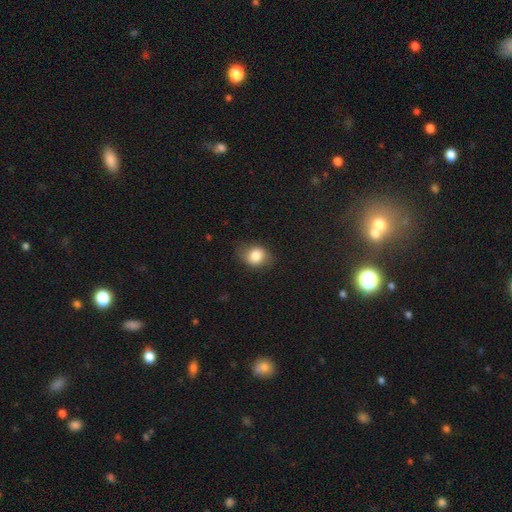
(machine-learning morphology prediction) A smooth galaxy with no disk features (80%) that is in between round and cigar-shaped (52%).

Vote fractions:
- Smooth or featured? smooth: 80% / featured or disk: 11% / star or artifact: 9%
- How rounded? in between: 52% / round: 47% / cigar-shaped: 1%
- Merging? none: 77% / minor disturbance: 18% / major disturbance: 5% / merger: 1%